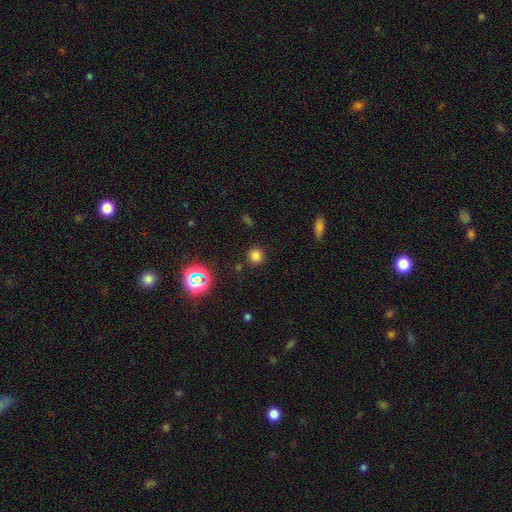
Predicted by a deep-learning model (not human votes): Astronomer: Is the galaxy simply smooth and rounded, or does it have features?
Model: smooth — 75%.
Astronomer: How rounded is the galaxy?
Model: round — 92%.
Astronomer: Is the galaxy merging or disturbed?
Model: none — 88%.